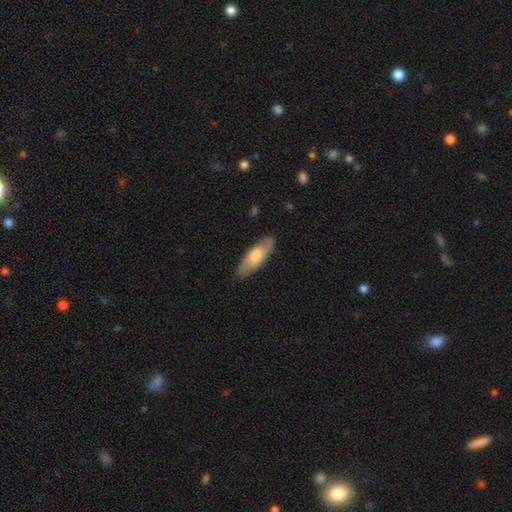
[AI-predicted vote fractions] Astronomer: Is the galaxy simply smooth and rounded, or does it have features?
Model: smooth — 67%.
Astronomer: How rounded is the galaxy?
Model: in between — 62%.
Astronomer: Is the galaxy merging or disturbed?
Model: none — 81%.